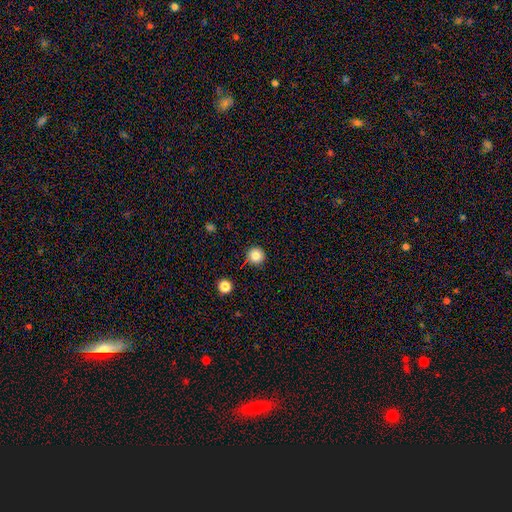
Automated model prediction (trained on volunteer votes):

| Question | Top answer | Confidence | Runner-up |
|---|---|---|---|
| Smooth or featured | smooth | 84% | star or artifact (11%) |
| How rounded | round | 95% | in between (4%) |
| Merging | none | 89% | minor disturbance (7%) |